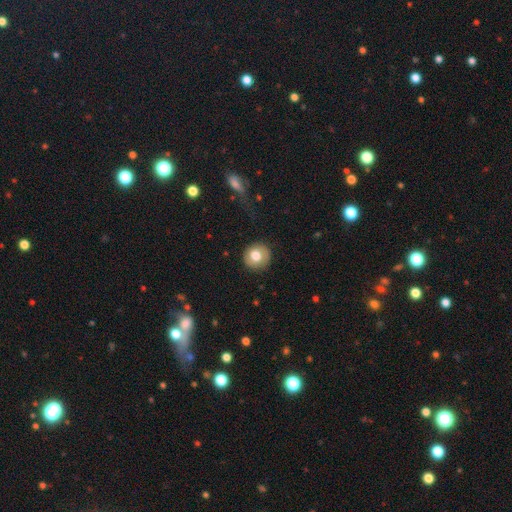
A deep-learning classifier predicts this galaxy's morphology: Overall: smooth (75%). How rounded: round (91%). Merging: none (87%).